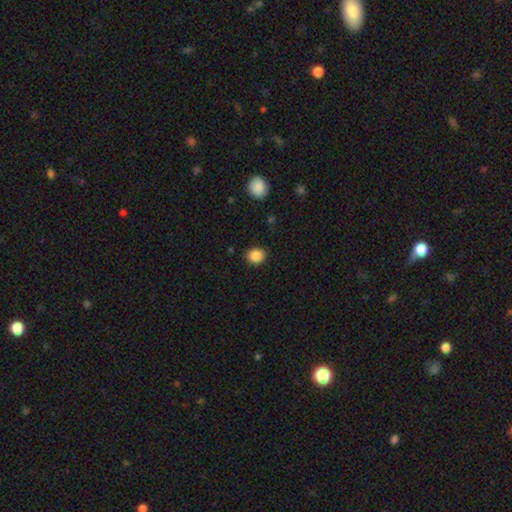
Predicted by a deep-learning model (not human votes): Smooth or featured?
  - smooth: 88% *
  - star or artifact: 9%
  - featured or disk: 3%
How rounded?
  - round: 72% *
  - in between: 27%
  - cigar-shaped: 1%
Merging?
  - none: 88% *
  - minor disturbance: 8%
  - major disturbance: 2%
  - merger: 1%